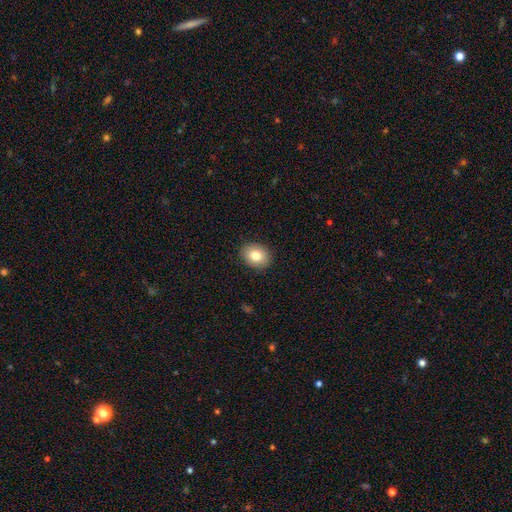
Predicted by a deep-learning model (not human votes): smooth-or-featured: smooth: 81% | featured or disk: 11% | star or artifact: 9%
  how-rounded: in between: 58% | round: 41% | cigar-shaped: 1%
  merging: none: 89% | minor disturbance: 8% | major disturbance: 2% | merger: 1%